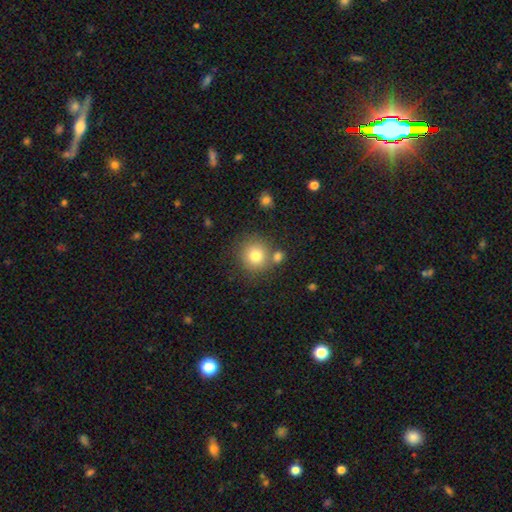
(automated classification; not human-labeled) A smooth galaxy with no disk features (79%) that is round (91%). Merging: none (71%).